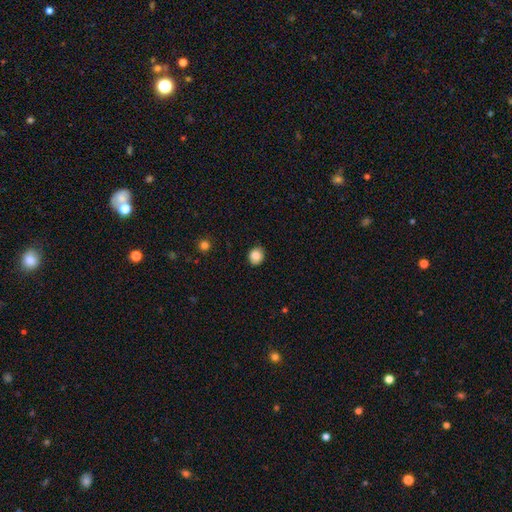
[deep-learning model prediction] Smooth or featured: smooth — 87% (star or artifact — 10%)
How rounded: round — 77% (in between — 22%)
Merging: none — 88% (minor disturbance — 9%)